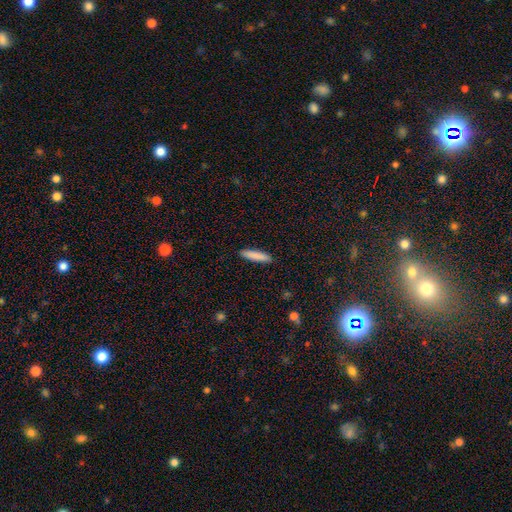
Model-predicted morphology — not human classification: This is clearly a smooth galaxy (87%). How rounded: clearly cigar-shaped (83%). Merging: clearly none (91%).